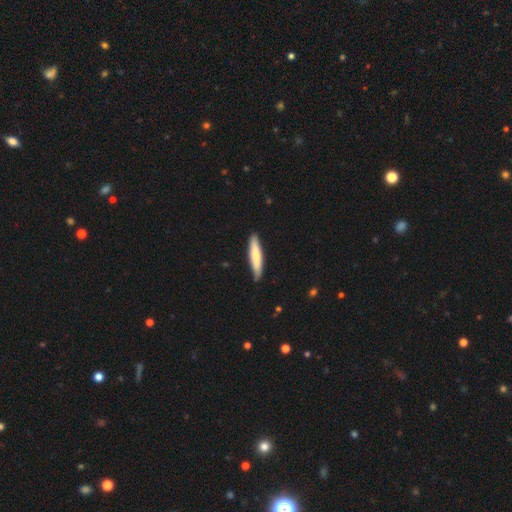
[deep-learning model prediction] smooth_or_featured: smooth (p=0.73) [alt: featured or disk p=0.22]
how_rounded: cigar-shaped (p=0.87) [alt: in between p=0.12]
merging: none (p=0.85) [alt: minor disturbance p=0.12]